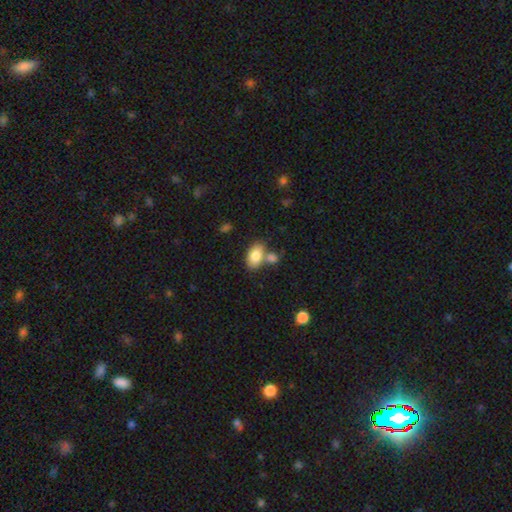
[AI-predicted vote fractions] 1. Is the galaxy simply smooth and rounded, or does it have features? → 81% smooth, 11% featured or disk, 7% star or artifact.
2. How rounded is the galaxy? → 90% in between, 8% round, 2% cigar-shaped.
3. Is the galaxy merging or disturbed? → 55% none, 30% merger, 12% minor disturbance, 4% major disturbance.